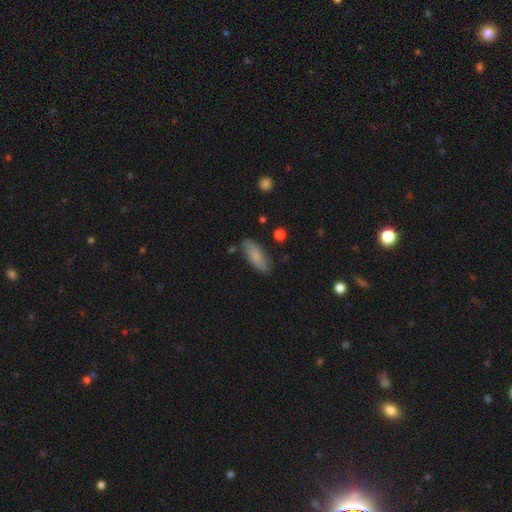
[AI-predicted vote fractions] This is likely a smooth galaxy (78%). How rounded: likely in between (69%). Merging: clearly none (81%).